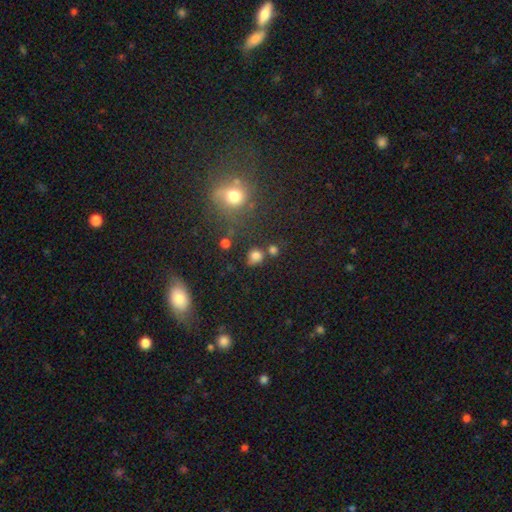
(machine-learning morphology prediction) A smooth galaxy with no disk features (78%) that is round (74%). Merging: none (66%).